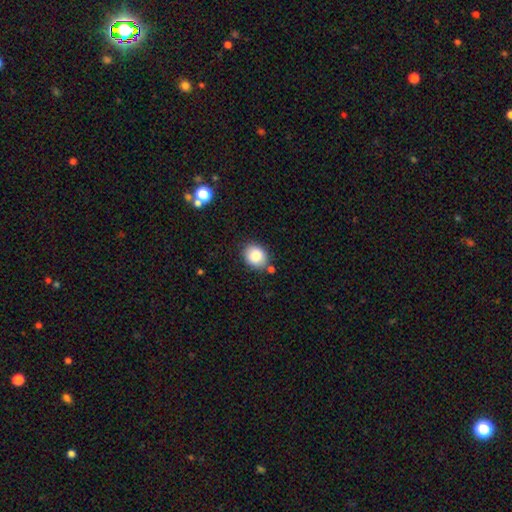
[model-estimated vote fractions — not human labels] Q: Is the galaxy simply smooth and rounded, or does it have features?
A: smooth — 85%.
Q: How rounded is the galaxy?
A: round — 53%.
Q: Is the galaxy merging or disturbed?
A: none — 78%.